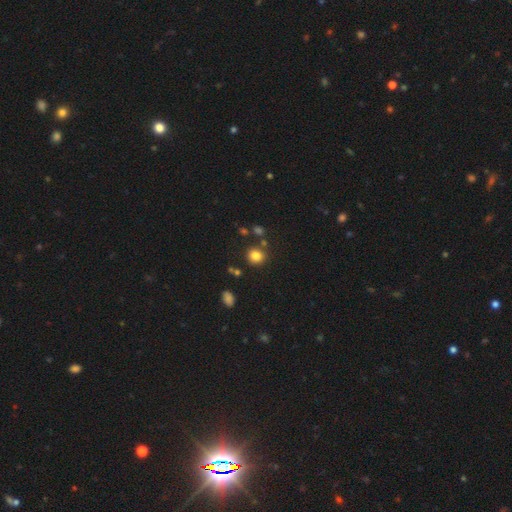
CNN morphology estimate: Smooth or featured? smooth (82%)
How rounded? round (85%)
Merging? none (81%)